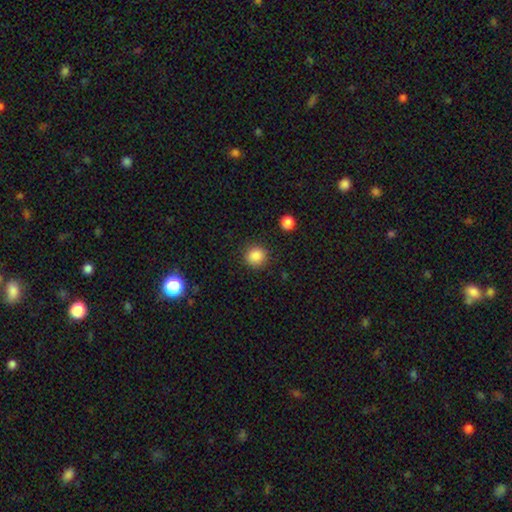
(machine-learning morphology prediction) The model was most divided on "smooth or featured": smooth: 87%, star or artifact: 10%, featured or disk: 3%. More confident: how rounded — round (91%); merging — none (88%).